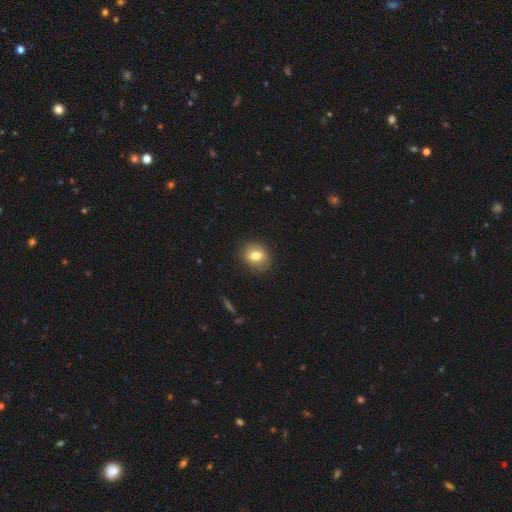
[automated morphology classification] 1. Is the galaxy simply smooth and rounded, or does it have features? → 76% smooth, 15% featured or disk, 9% star or artifact.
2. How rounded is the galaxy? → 58% round, 41% in between, 1% cigar-shaped.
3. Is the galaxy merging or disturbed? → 84% none, 12% minor disturbance, 3% major disturbance, 1% merger.